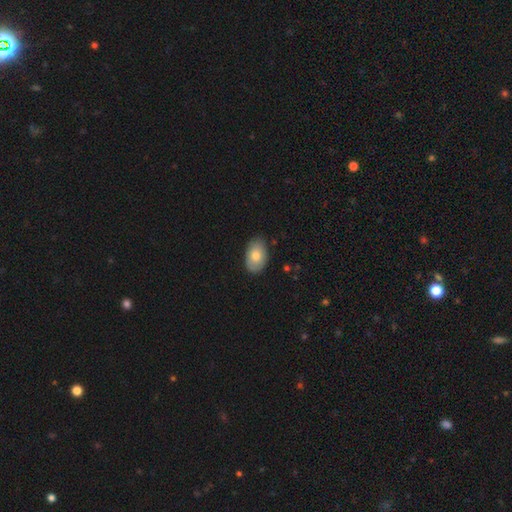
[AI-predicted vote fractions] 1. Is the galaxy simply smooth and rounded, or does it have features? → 78% smooth, 16% featured or disk, 6% star or artifact.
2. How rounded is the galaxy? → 92% in between, 7% round, 1% cigar-shaped.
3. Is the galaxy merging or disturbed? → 80% none, 17% minor disturbance, 3% major disturbance, 1% merger.